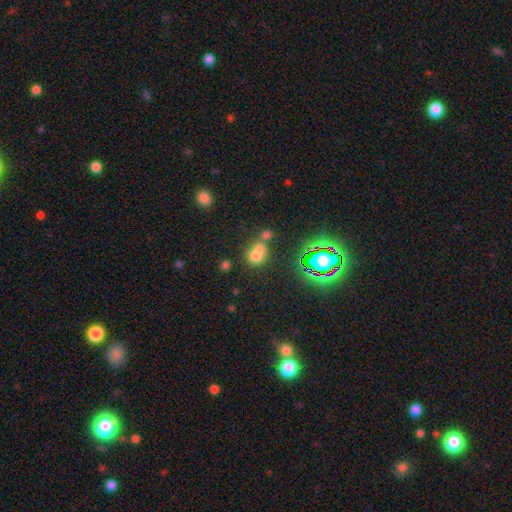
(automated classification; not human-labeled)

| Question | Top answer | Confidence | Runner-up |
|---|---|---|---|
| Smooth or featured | smooth | 65% | star or artifact (21%) |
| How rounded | round | 69% | in between (29%) |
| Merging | merger | 55% | none (32%) |